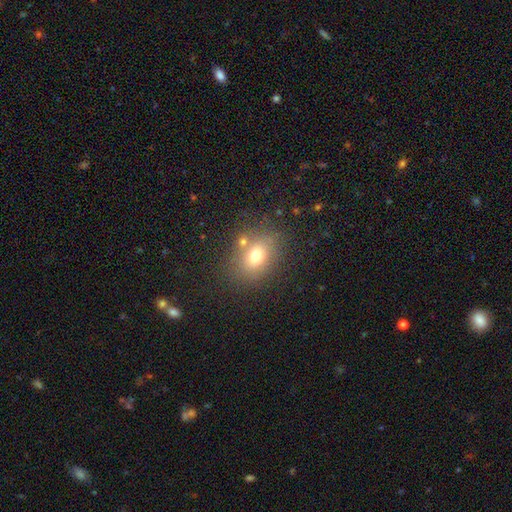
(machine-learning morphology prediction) Smooth or featured? Predicted: smooth (p=0.71). How rounded? Predicted: in between (p=0.59). Merging? Predicted: none (p=0.69).